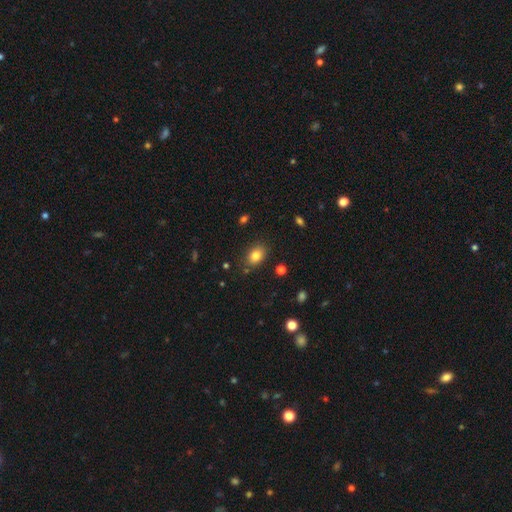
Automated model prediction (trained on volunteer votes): smooth_or_featured: smooth (p=0.81) [alt: star or artifact p=0.11]
how_rounded: in between (p=0.77) [alt: round p=0.22]
merging: none (p=0.82) [alt: minor disturbance p=0.12]